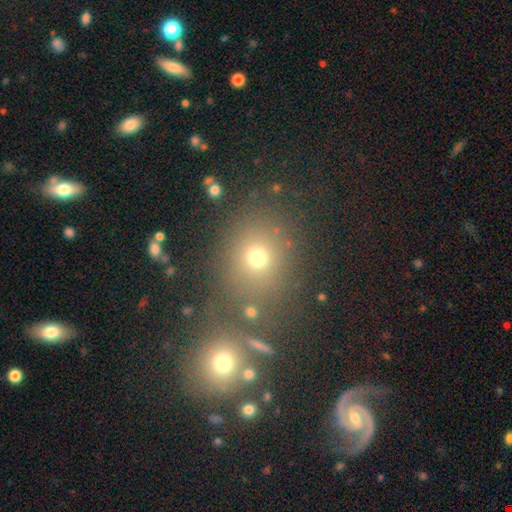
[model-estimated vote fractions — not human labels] A smooth galaxy with no disk features (68%) that is round (66%). Merging: none (67%).